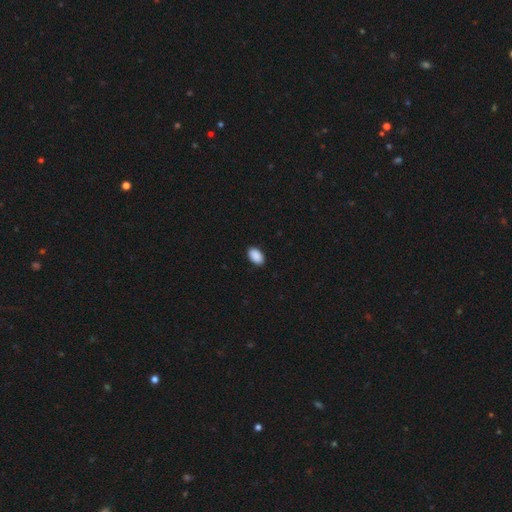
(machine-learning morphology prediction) A smooth galaxy with no disk features (91%) that is in between round and cigar-shaped (93%). Merging: none (89%).